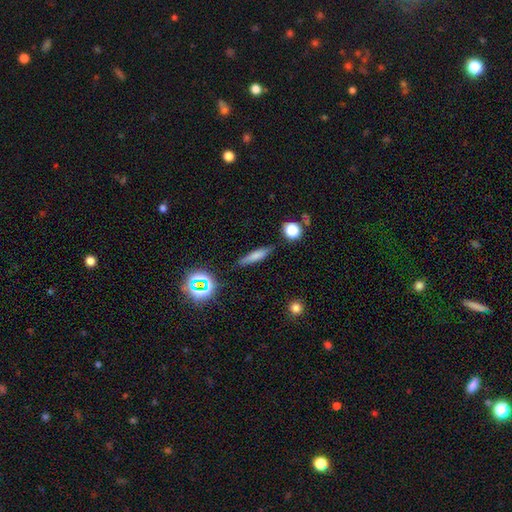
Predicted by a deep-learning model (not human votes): Smooth or featured?
  - smooth: 70% *
  - featured or disk: 18%
  - star or artifact: 12%
How rounded?
  - cigar-shaped: 79% *
  - in between: 17%
  - round: 4%
Merging?
  - none: 81% *
  - minor disturbance: 13%
  - major disturbance: 3%
  - merger: 3%